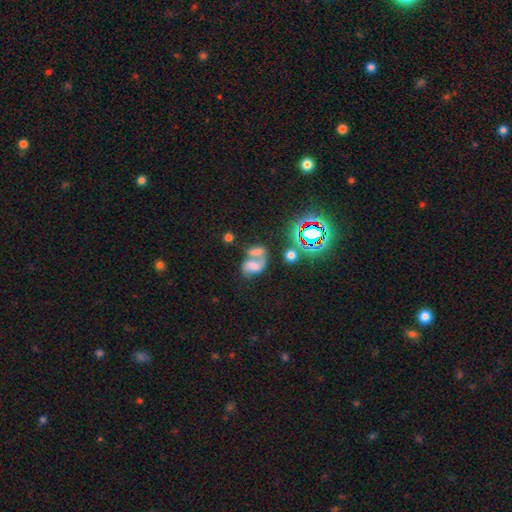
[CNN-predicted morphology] featured or disk 40%, smooth 38%, star or artifact 22%. Down the decision tree: merging — merger (60%).